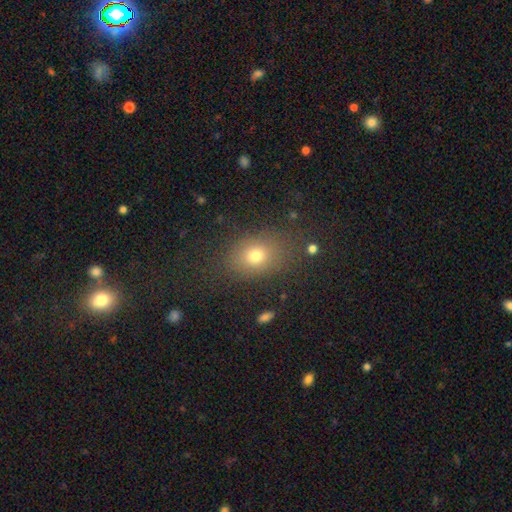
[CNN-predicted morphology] This is likely a smooth galaxy (74%). How rounded: likely in between (62%). Merging: clearly none (80%).